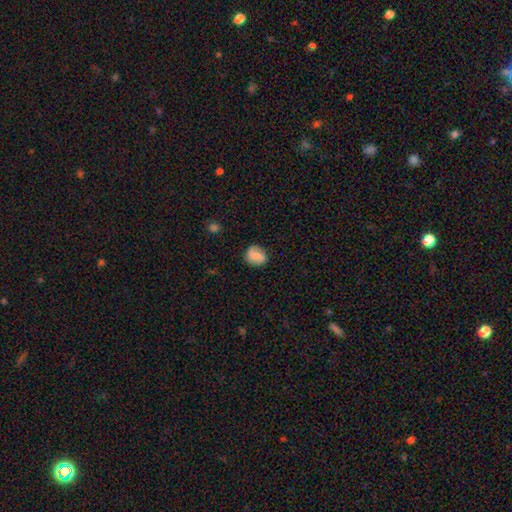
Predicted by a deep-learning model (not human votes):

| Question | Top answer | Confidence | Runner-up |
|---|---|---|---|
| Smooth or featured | smooth | 52% | featured or disk (39%) |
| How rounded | round | 73% | in between (26%) |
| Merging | none | 82% | minor disturbance (13%) |